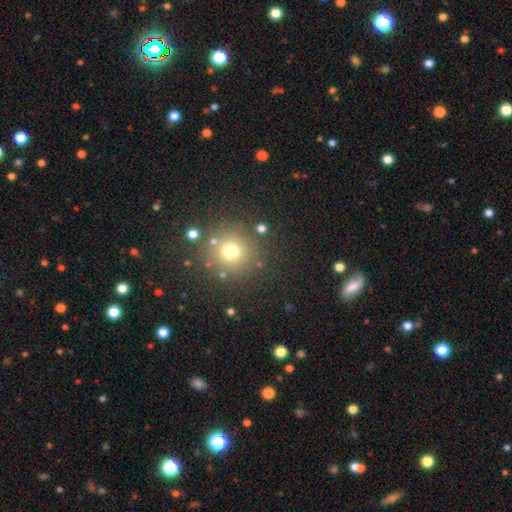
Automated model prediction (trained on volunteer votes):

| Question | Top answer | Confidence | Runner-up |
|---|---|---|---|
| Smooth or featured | smooth | 52% | star or artifact (39%) |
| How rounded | round | 93% | in between (6%) |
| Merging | none | 85% | minor disturbance (7%) |